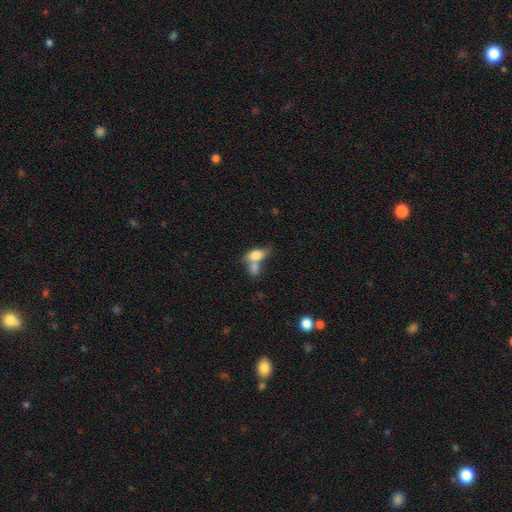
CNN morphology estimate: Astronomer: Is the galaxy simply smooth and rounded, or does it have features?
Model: smooth — 75%.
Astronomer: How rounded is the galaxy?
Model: in between — 81%.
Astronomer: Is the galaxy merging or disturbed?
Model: merger — 60%.